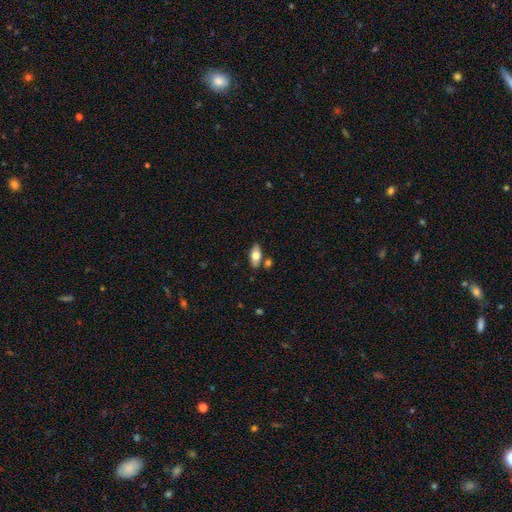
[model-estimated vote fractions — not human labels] This appears to be a smooth galaxy with no disk features (70%) that is in between round and cigar-shaped (87%). Merging: none (79%).